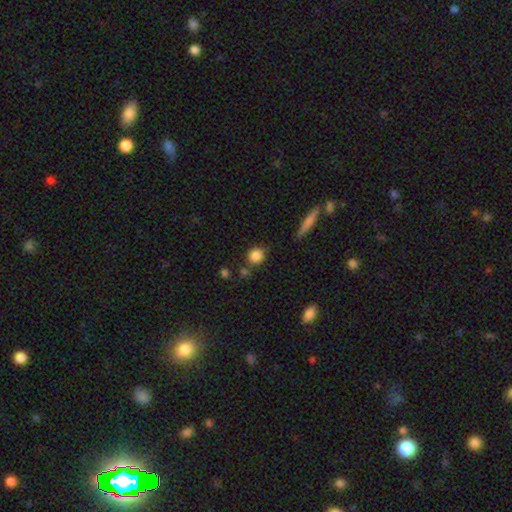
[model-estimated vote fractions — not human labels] Smooth or featured? smooth (85%)
How rounded? round (80%)
Merging? none (77%)